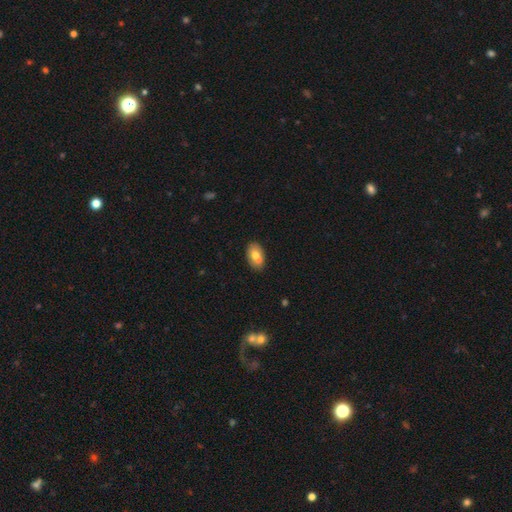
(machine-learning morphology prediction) Smooth or featured? smooth (70%)
How rounded? in between (90%)
Merging? none (66%)